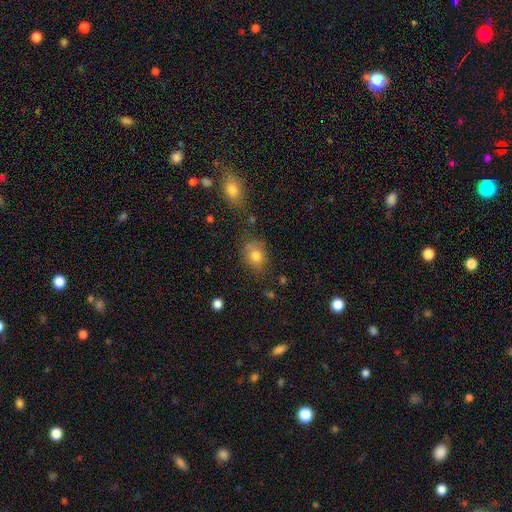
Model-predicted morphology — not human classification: A smooth galaxy with no disk features (79%) that is round (60%).

Vote fractions:
- Smooth or featured? smooth: 79% / star or artifact: 11% / featured or disk: 11%
- How rounded? round: 60% / in between: 39% / cigar-shaped: 1%
- Merging? none: 64% / minor disturbance: 23% / major disturbance: 8% / merger: 4%